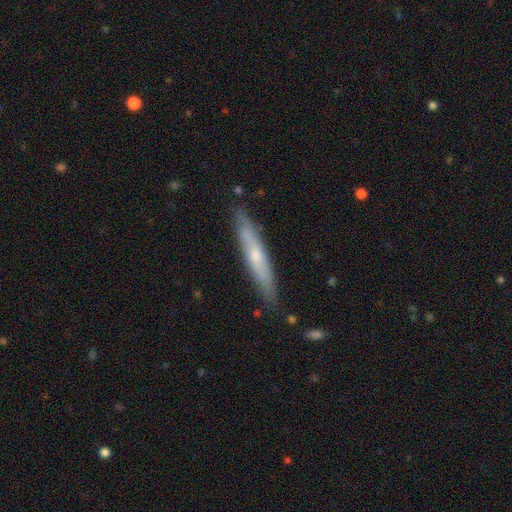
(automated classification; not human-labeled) Morphology: type=featured or disk (49%); merging=none (84%).